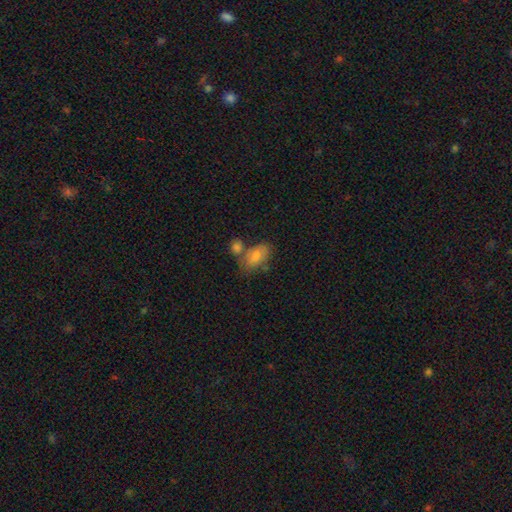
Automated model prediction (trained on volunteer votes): Morphology: type=smooth (72%); roundness=in between (88%); merging=none (47%).